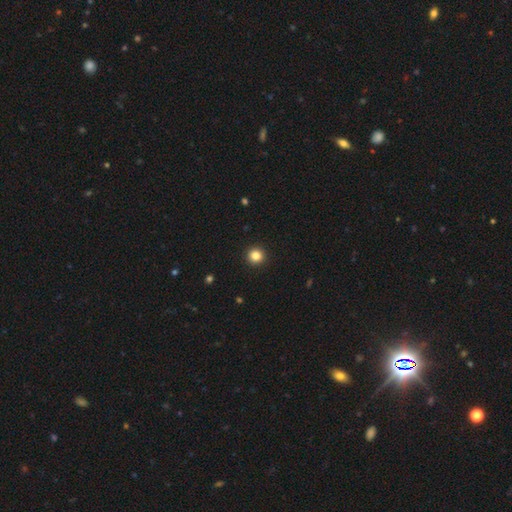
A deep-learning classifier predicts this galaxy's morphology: Smooth or featured: smooth — 84% (star or artifact — 12%)
How rounded: round — 95% (in between — 4%)
Merging: none — 93% (minor disturbance — 4%)